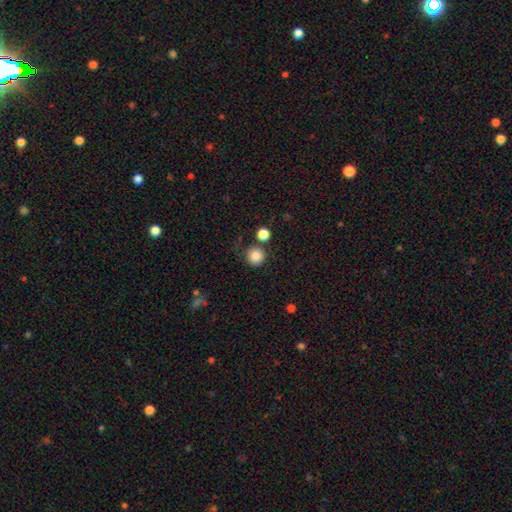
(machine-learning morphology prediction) Smooth or featured?
  - smooth: 86% *
  - star or artifact: 10%
  - featured or disk: 4%
How rounded?
  - round: 95% *
  - in between: 4%
  - cigar-shaped: 1%
Merging?
  - none: 77% *
  - minor disturbance: 10%
  - merger: 9%
  - major disturbance: 4%